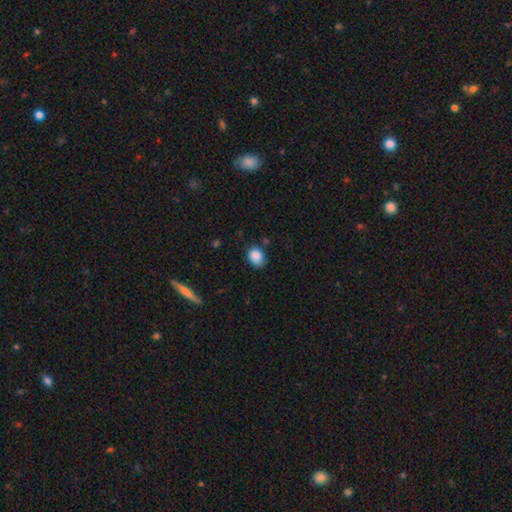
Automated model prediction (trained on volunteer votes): This appears to be a smooth galaxy with no disk features (86%) that is in between round and cigar-shaped (59%). Merging: none (63%).